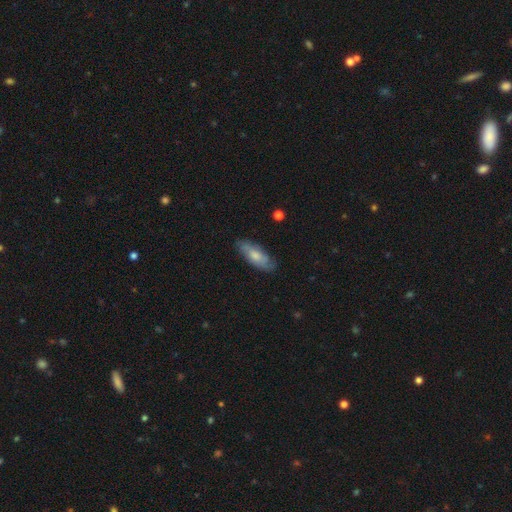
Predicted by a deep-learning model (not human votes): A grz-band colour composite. It shows a smooth galaxy with no disk features (53%) that is in between round and cigar-shaped (73%). Merging: none (76%).